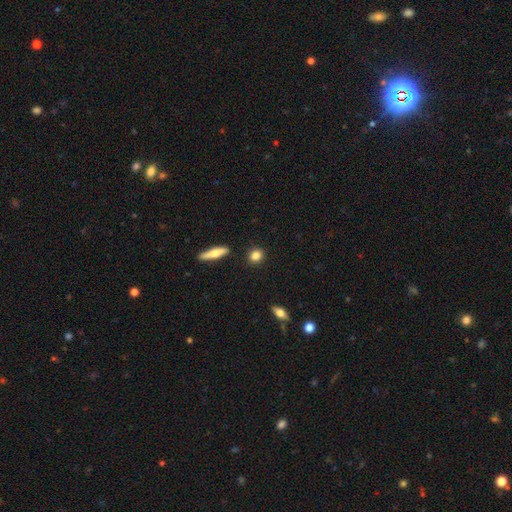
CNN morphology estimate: A smooth galaxy with no disk features (84%) that is round (72%).

Vote fractions:
- Smooth or featured? smooth: 84% / star or artifact: 9% / featured or disk: 7%
- How rounded? round: 72% / in between: 23% / cigar-shaped: 5%
- Merging? none: 89% / minor disturbance: 7% / merger: 2% / major disturbance: 2%